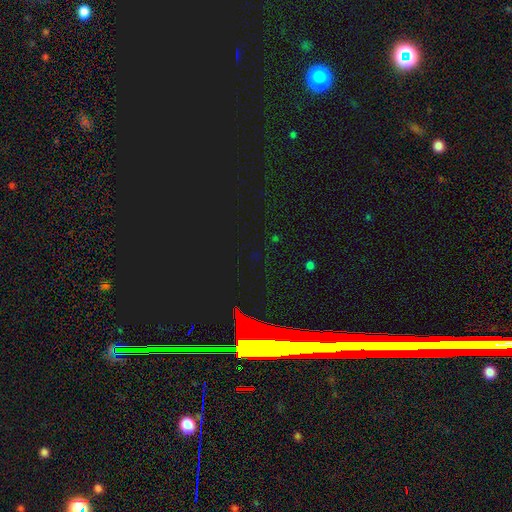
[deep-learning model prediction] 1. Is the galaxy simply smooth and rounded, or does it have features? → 78% star or artifact, 15% smooth, 8% featured or disk.